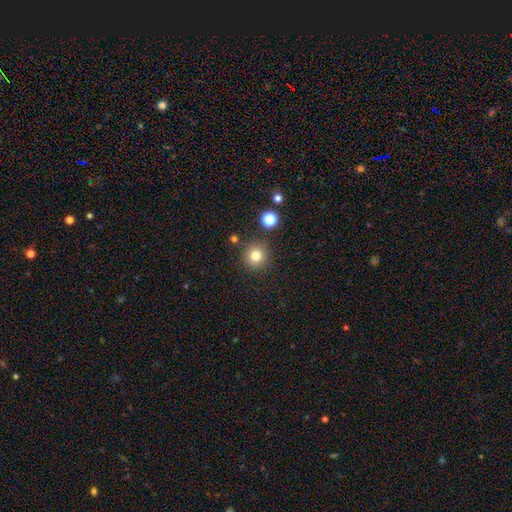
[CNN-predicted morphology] Smooth or featured? smooth (80%)
How rounded? round (94%)
Merging? none (86%)